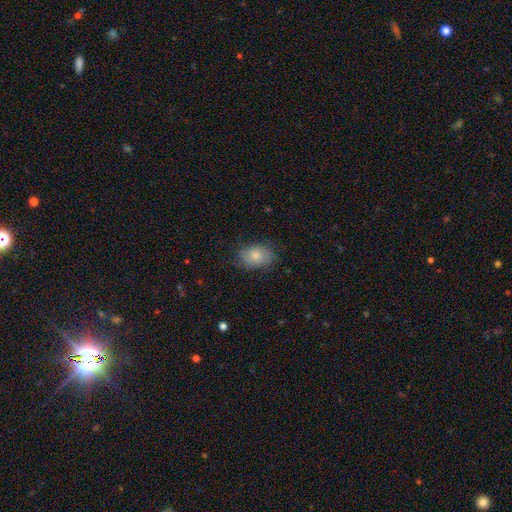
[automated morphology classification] smooth 77%, featured or disk 16%, star or artifact 7%. Down the decision tree: how rounded — in between (83%); merging — none (69%).